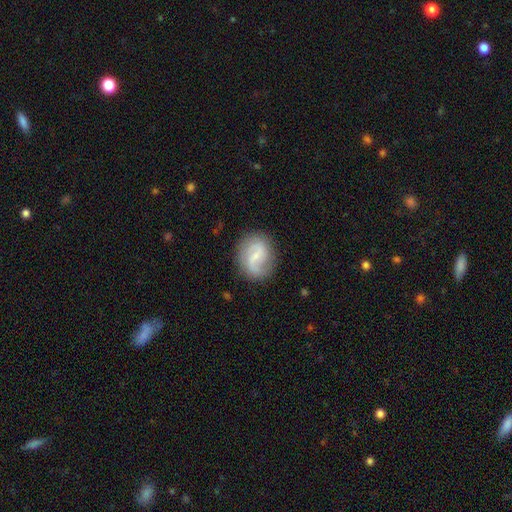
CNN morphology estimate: type=featured or disk (68%); edge-on=no (98%); bar=weak (56%); spiral arms=yes (91%); winding=loose (48%); arm count=2 (83%); bulge=small (60%); merging=none (77%).